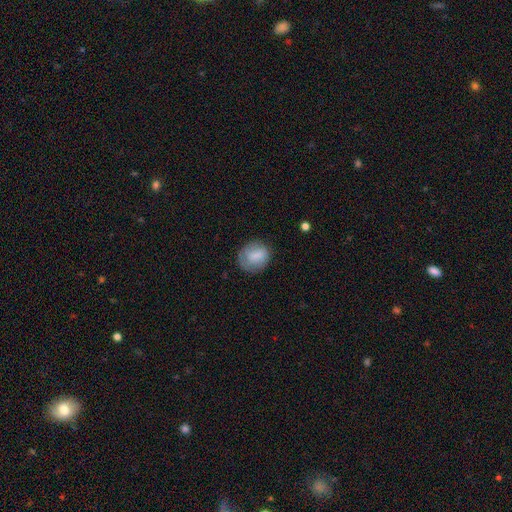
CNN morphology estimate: Smooth or featured? smooth (78%)
How rounded? round (67%)
Merging? none (70%)